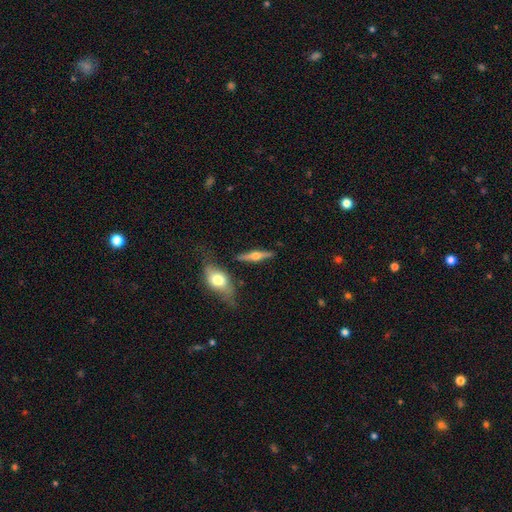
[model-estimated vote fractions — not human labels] smooth_or_featured: featured or disk (p=0.70) [alt: smooth p=0.24]
disk_edge_on: yes (p=0.96) [alt: no p=0.04]
edge_on_bulge: rounded (p=0.95) [alt: boxy p=0.03]
merging: none (p=0.82) [alt: minor disturbance p=0.10]